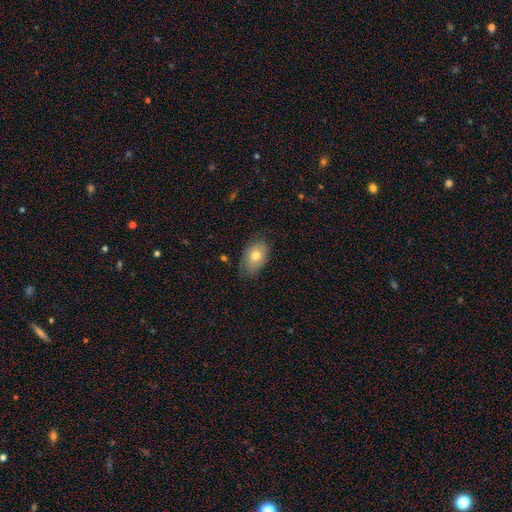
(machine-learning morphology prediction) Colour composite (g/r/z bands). It shows a smooth galaxy with no disk features (72%) that is in between round and cigar-shaped (85%). Merging: none (72%).